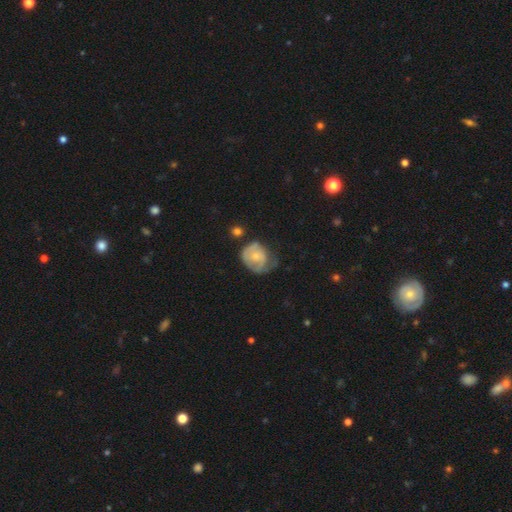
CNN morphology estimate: smooth_or_featured: smooth (p=0.50) [alt: featured or disk p=0.43]
how_rounded: round (p=0.62) [alt: in between p=0.38]
merging: minor disturbance (p=0.36) [tied with: none p=0.36]